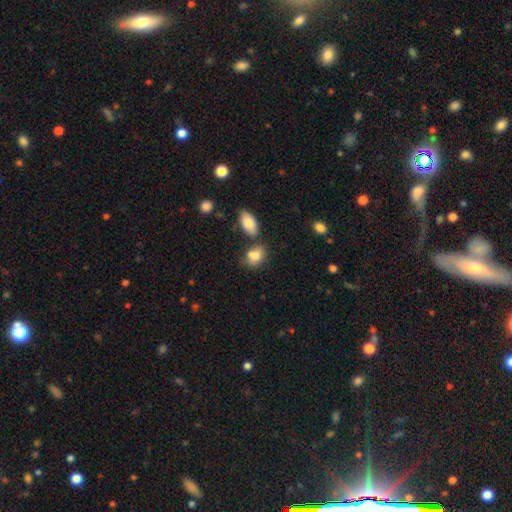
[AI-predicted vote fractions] A smooth galaxy with no disk features (81%) that is in between round and cigar-shaped (75%).

Vote fractions:
- Smooth or featured? smooth: 81% / featured or disk: 10% / star or artifact: 9%
- How rounded? in between: 75% / round: 22% / cigar-shaped: 2%
- Merging? none: 49% / merger: 26% / minor disturbance: 19% / major disturbance: 6%